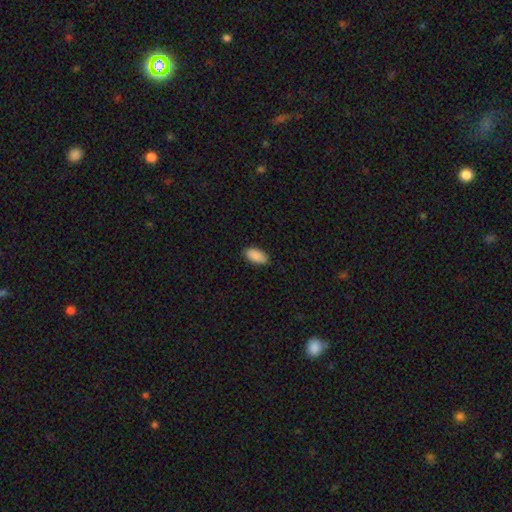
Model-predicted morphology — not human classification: This is clearly a smooth galaxy (90%). How rounded: clearly in between (94%). Merging: clearly none (88%).